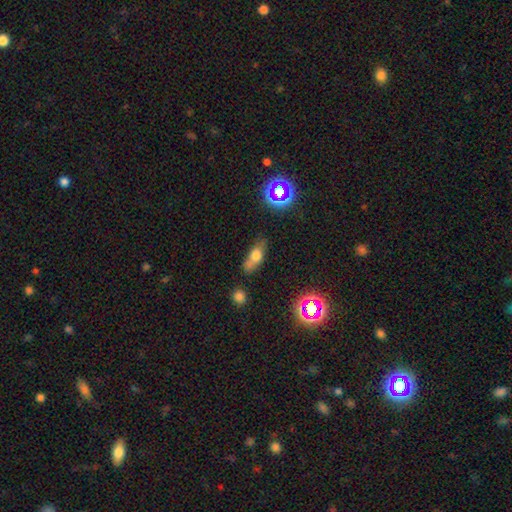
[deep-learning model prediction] A smooth galaxy with no disk features (62%) that is in between round and cigar-shaped (67%). Merging: none (52%).